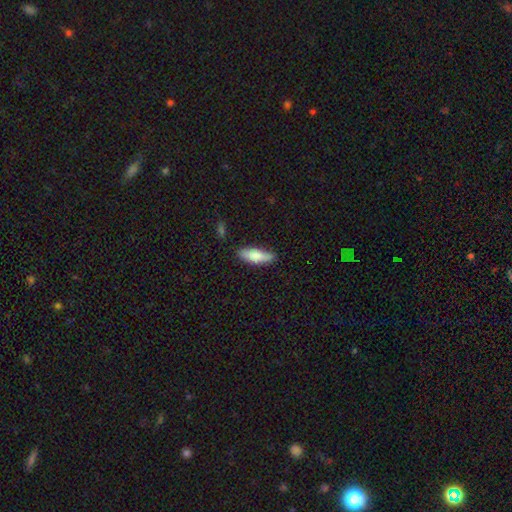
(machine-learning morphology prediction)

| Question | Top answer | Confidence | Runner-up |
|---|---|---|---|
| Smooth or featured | smooth | 76% | featured or disk (18%) |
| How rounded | in between | 54% | cigar-shaped (44%) |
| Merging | none | 77% | minor disturbance (18%) |